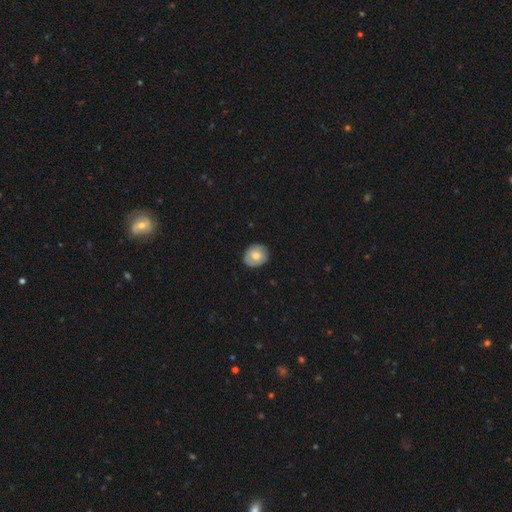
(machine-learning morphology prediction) Smooth or featured: smooth — 71% (featured or disk — 22%)
How rounded: round — 76% (in between — 23%)
Merging: none — 85% (minor disturbance — 12%)